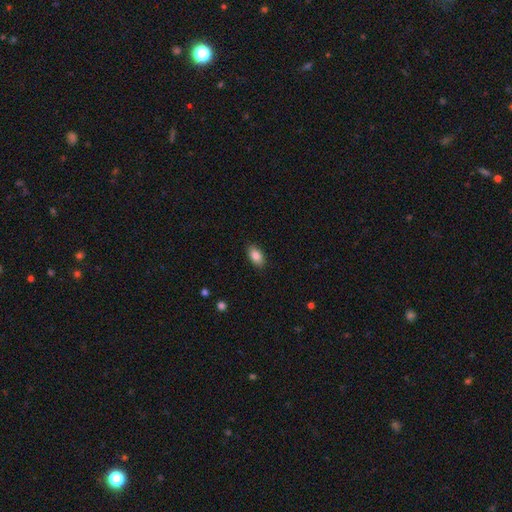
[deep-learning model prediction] This is clearly a smooth galaxy (85%). How rounded: clearly in between (91%). Merging: clearly none (88%).